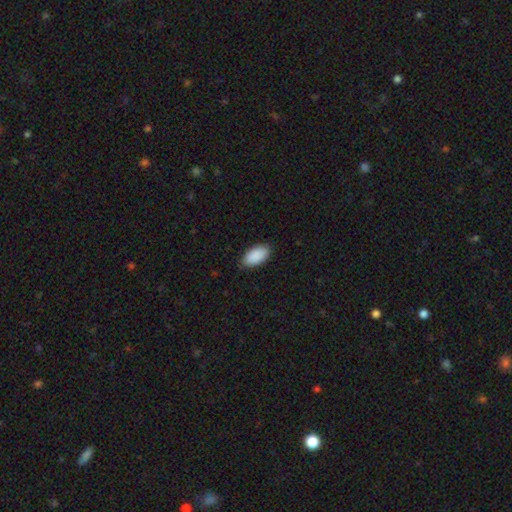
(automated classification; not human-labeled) The model was most divided on "merging": none: 85%, minor disturbance: 12%, major disturbance: 2%, merger: 1%. More confident: how rounded — in between (95%); smooth or featured — smooth (91%).